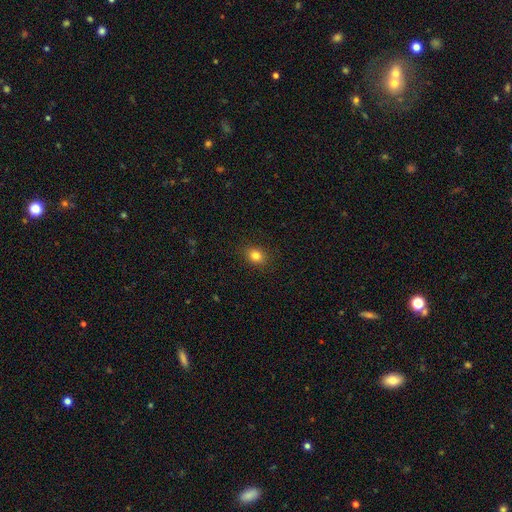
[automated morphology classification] type=smooth (82%); roundness=round (52%); merging=none (89%).